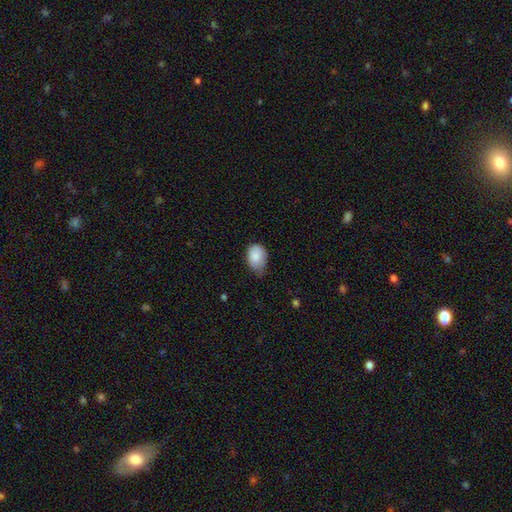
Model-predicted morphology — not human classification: Smooth or featured? smooth (86%)
How rounded? in between (75%)
Merging? minor disturbance (52%)